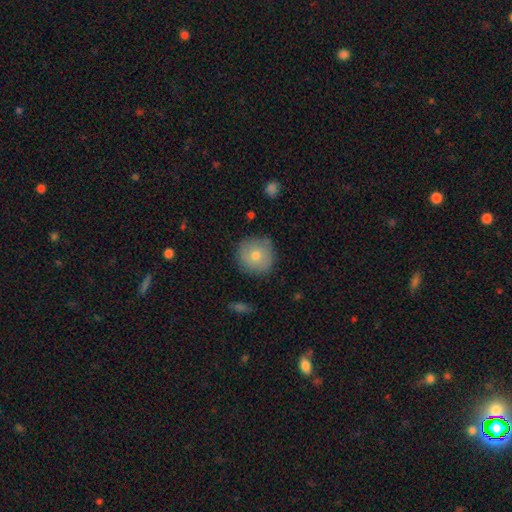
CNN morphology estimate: Smooth or featured?
  - smooth: 69% *
  - featured or disk: 22%
  - star or artifact: 9%
How rounded?
  - round: 93% *
  - in between: 6%
  - cigar-shaped: 1%
Merging?
  - none: 83% *
  - minor disturbance: 13%
  - major disturbance: 3%
  - merger: 1%